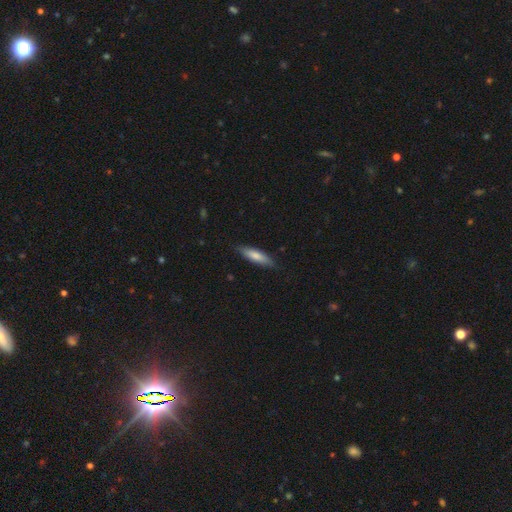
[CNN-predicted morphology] Q: Smooth or featured?
A: smooth (75%); runner-up: featured or disk (20%)
Q: How rounded?
A: cigar-shaped (67%); runner-up: in between (32%)
Q: Merging?
A: none (84%); runner-up: minor disturbance (13%)